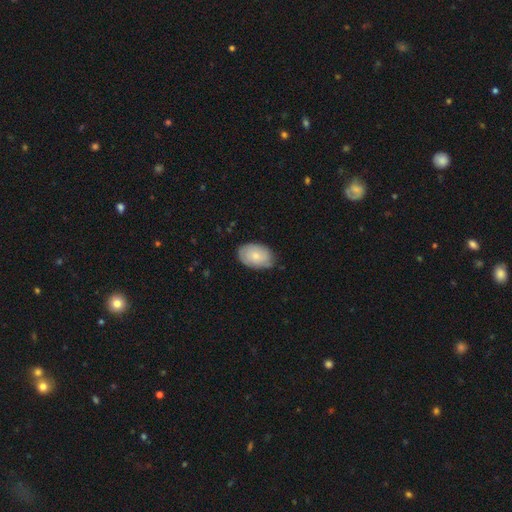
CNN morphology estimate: Smooth or featured? smooth (65%)
How rounded? in between (88%)
Merging? none (76%)